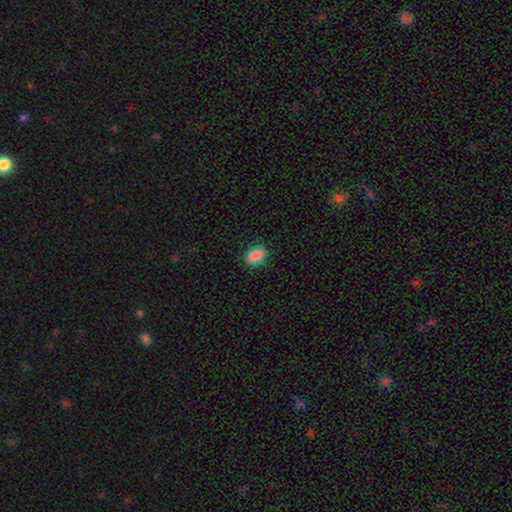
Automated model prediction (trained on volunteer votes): The model was most divided on "how rounded": in between: 84%, round: 14%, cigar-shaped: 2%. More confident: smooth or featured — smooth (88%); merging — none (87%).